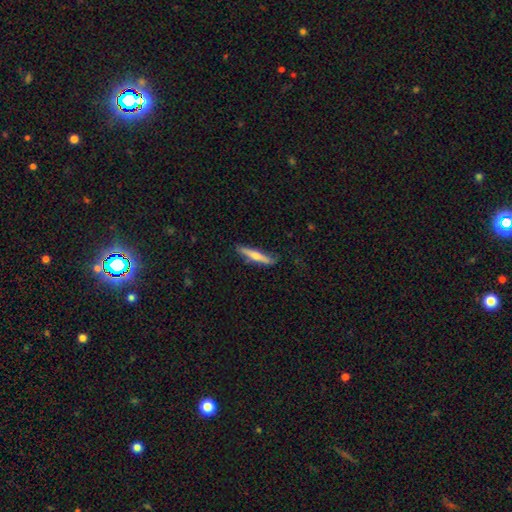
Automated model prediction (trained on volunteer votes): A smooth galaxy with no disk features (48%).

Vote fractions:
- Smooth or featured? smooth: 48% / featured or disk: 47% / star or artifact: 6%
- Merging? none: 81% / minor disturbance: 14% / major disturbance: 3% / merger: 2%